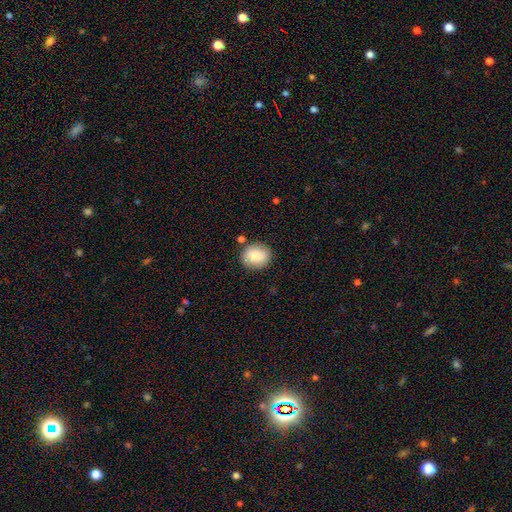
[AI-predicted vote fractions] A smooth galaxy with no disk features (80%) that is round (79%). Merging: none (84%).